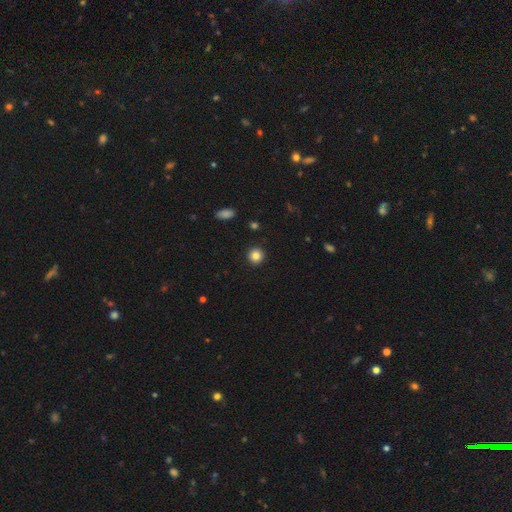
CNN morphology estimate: Overall: smooth (84%). How rounded: round (94%). Merging: none (93%).